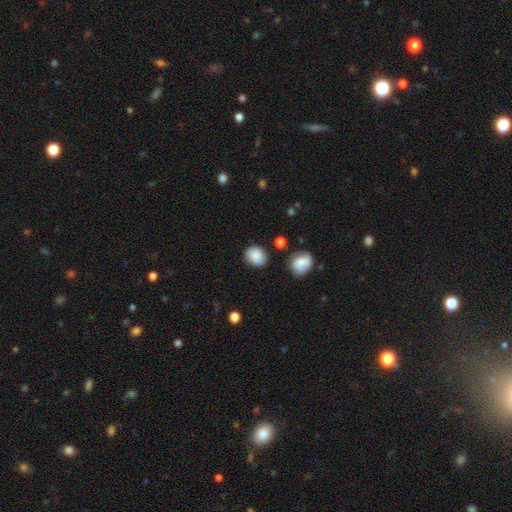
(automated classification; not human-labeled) Smooth or featured? Predicted: smooth (p=0.84). How rounded? Predicted: round (p=0.68). Merging? Predicted: none (p=0.79).